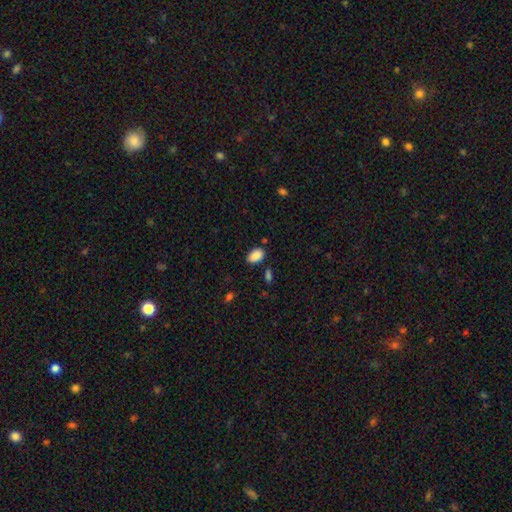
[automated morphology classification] Smooth or featured? smooth (89%)
How rounded? in between (90%)
Merging? none (80%)